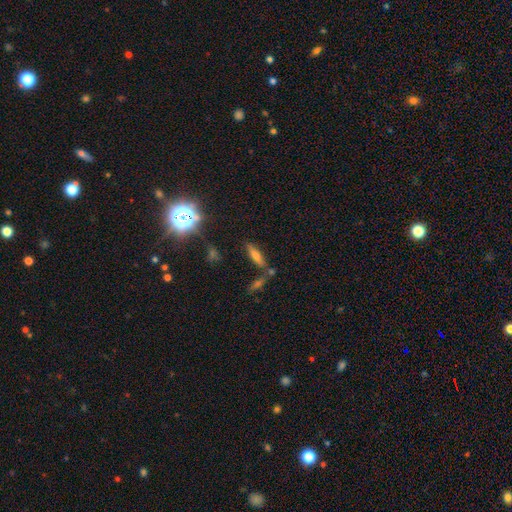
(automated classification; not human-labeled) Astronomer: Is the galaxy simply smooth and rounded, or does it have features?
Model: smooth — 55%.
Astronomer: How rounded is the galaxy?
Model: cigar-shaped — 61%.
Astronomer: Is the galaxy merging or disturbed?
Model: none — 64%.